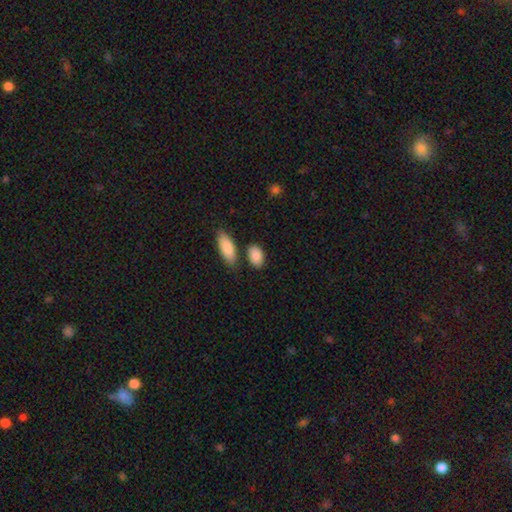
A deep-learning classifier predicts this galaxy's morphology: Smooth or featured?
  - smooth: 88% *
  - star or artifact: 6%
  - featured or disk: 5%
How rounded?
  - in between: 86% *
  - round: 11%
  - cigar-shaped: 3%
Merging?
  - none: 73% *
  - minor disturbance: 13%
  - merger: 10%
  - major disturbance: 3%